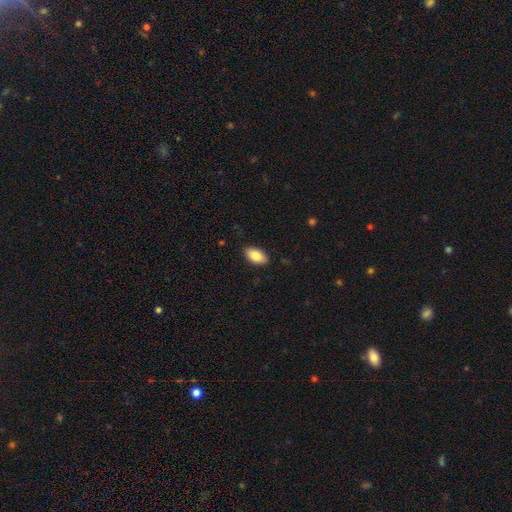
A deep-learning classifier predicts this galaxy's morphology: Smooth or featured?
  - smooth: 86% *
  - featured or disk: 7%
  - star or artifact: 7%
How rounded?
  - in between: 94% *
  - round: 3%
  - cigar-shaped: 3%
Merging?
  - none: 87% *
  - minor disturbance: 10%
  - major disturbance: 2%
  - merger: 1%